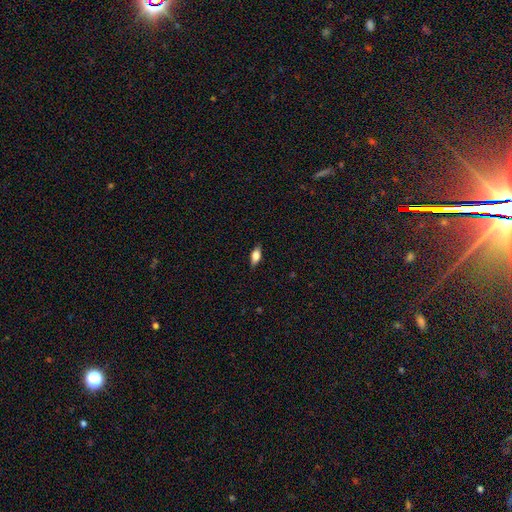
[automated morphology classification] smooth 68%, featured or disk 24%, star or artifact 8%. Down the decision tree: how rounded — in between (80%); merging — none (85%).